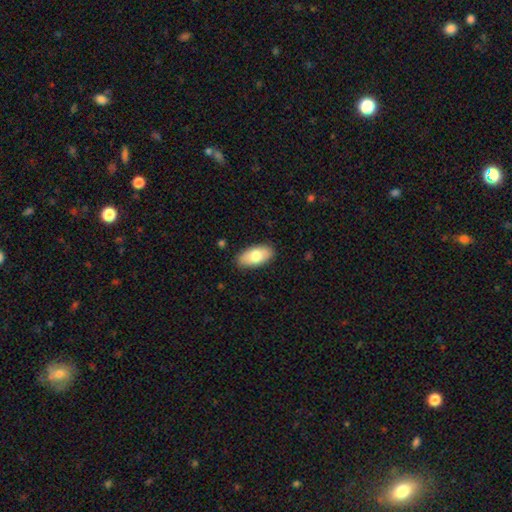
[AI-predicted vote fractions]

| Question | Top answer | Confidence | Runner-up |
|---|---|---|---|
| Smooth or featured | smooth | 76% | featured or disk (18%) |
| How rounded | in between | 93% | cigar-shaped (5%) |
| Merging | none | 88% | minor disturbance (9%) |